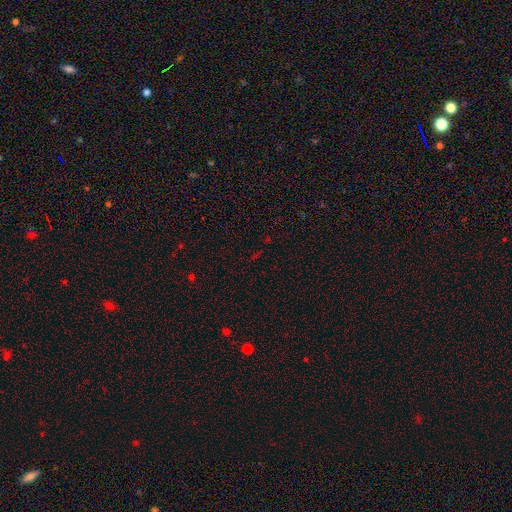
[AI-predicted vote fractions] Smooth or featured? star or artifact (70%)